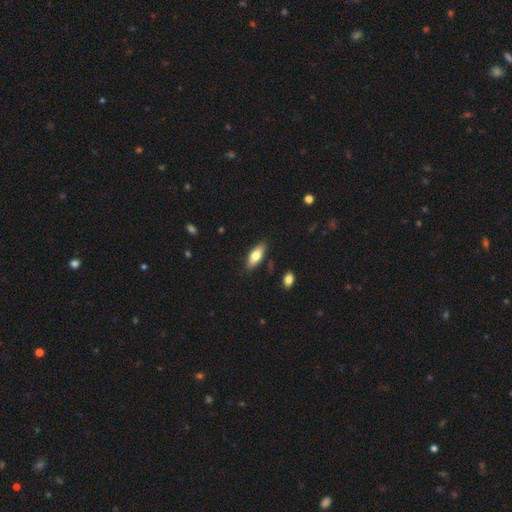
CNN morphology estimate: This appears to be a smooth galaxy with no disk features (73%) that is in between round and cigar-shaped (72%). Merging: none (85%).